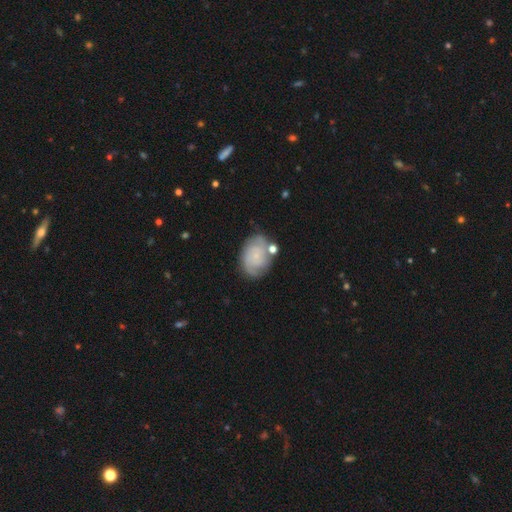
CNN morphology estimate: featured or disk 62%, smooth 30%, star or artifact 7%. Down the decision tree: edge-on disk — no (97%); bar — no (75%); spiral arms — yes (90%); spiral arm count — 2 (47%); spiral winding — tight (54%); bulge size — small (71%); merging — none (65%).